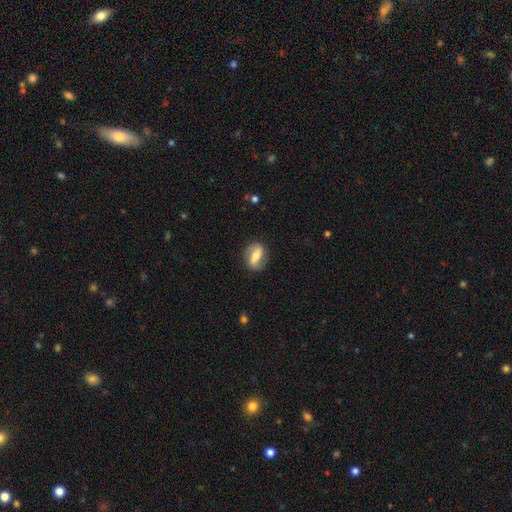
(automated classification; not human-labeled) Morphology: type=featured or disk (60%); edge-on=no (92%); bar=strong (49%); spiral arms=yes (80%); bulge=moderate (56%); merging=none (83%).